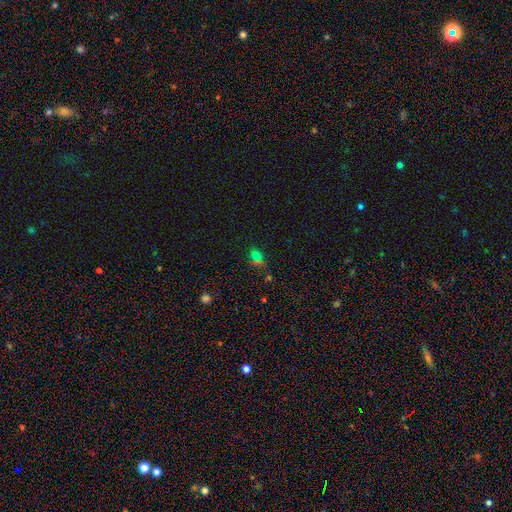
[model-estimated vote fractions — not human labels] A smooth galaxy with no disk features (53%) that is round (59%). Merging: none (52%).